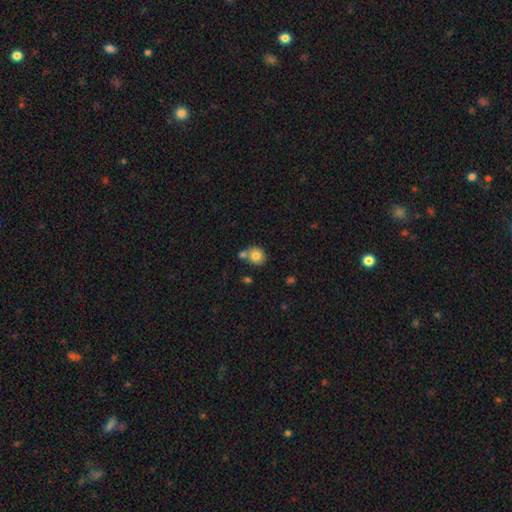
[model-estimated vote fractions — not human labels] Overall: smooth (80%). How rounded: round (80%). Merging: none (53%; merger 31%).